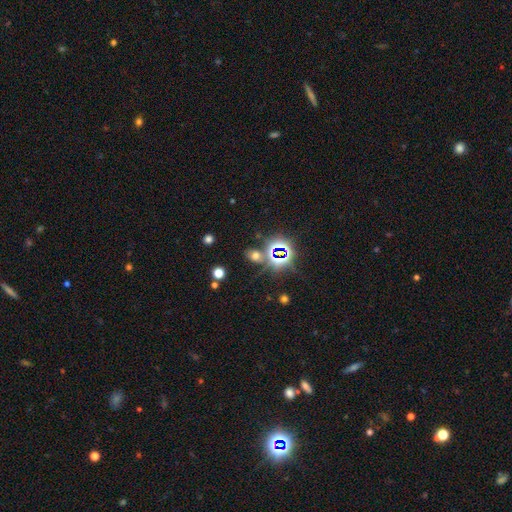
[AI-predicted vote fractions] A smooth galaxy with no disk features (46%, tied with star or artifact). Merging: none (74%).